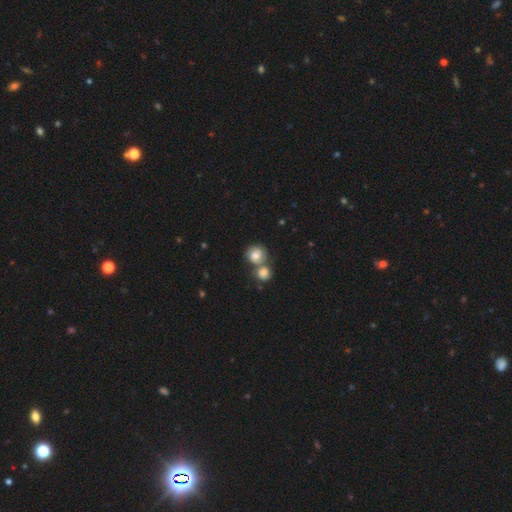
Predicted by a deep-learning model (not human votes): Smooth or featured: smooth — 73% (featured or disk — 18%)
How rounded: round — 82% (in between — 17%)
Merging: merger — 49% (none — 37%)